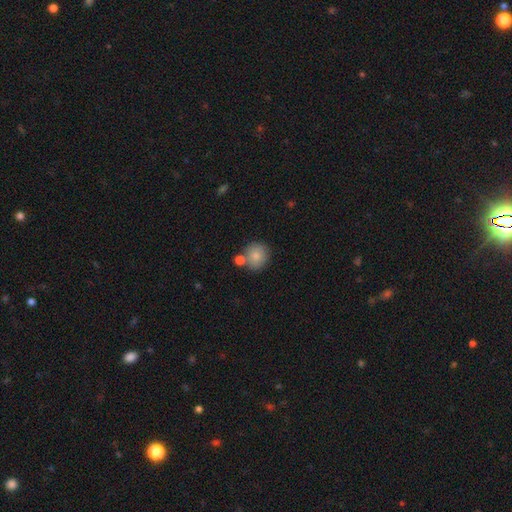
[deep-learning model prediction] Smooth or featured? smooth (81%)
How rounded? round (87%)
Merging? none (64%)